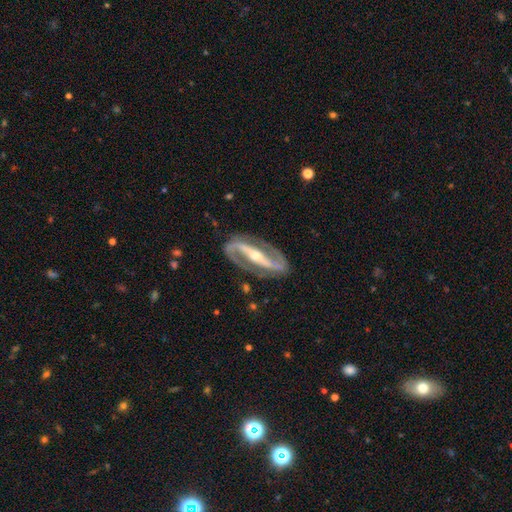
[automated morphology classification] Overall: featured or disk (92%). Edge-on disk: no (91%). Bar: strong (76%). Spiral arms: yes (96%). Spiral arm count: 2 (94%). Spiral winding: medium (49%; tight 28%). Bulge size: moderate (55%; small 40%). Merging: none (85%).